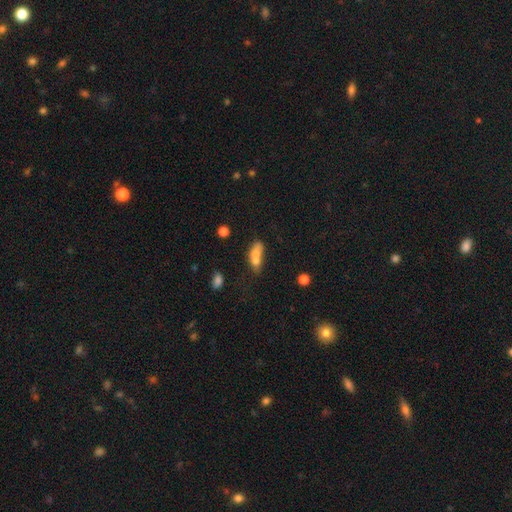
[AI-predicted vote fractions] Smooth or featured: smooth — 66% (featured or disk — 23%)
How rounded: in between — 67% (round — 19%)
Merging: merger — 61% (none — 21%)